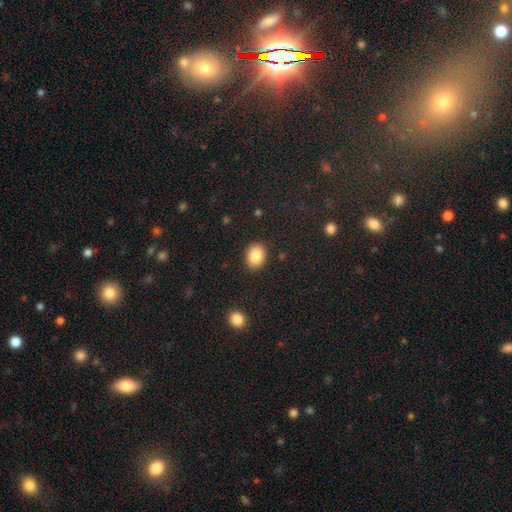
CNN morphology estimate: smooth-or-featured: smooth: 86% | star or artifact: 8% | featured or disk: 6%
  how-rounded: in between: 58% | round: 41% | cigar-shaped: 1%
  merging: none: 88% | minor disturbance: 8% | major disturbance: 2% | merger: 1%